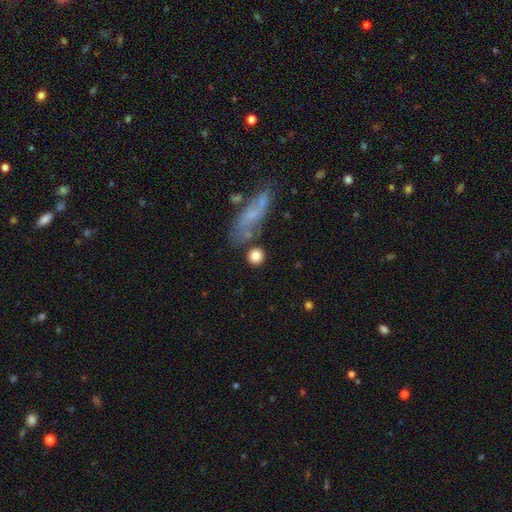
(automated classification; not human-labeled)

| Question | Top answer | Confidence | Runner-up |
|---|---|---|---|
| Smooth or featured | smooth | 83% | featured or disk (9%) |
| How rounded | round | 85% | in between (12%) |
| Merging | none | 73% | minor disturbance (11%) |